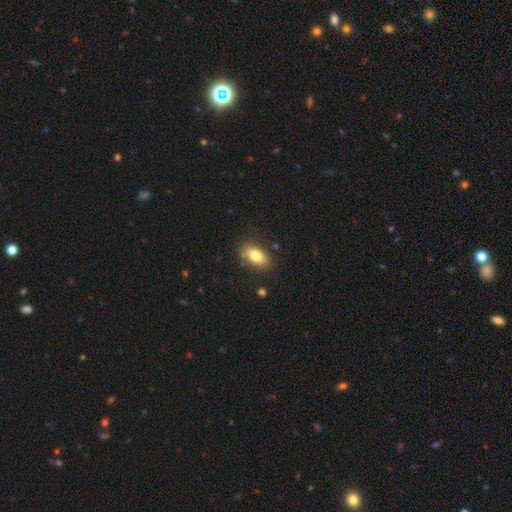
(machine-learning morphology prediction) type=smooth (79%); roundness=in between (88%); merging=none (82%).